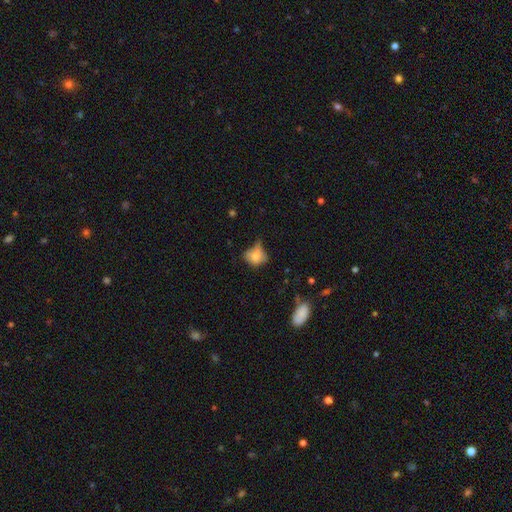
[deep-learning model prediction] This appears to be a smooth galaxy with no disk features (68%) that is in between round and cigar-shaped (52%). Merging: none (36%).